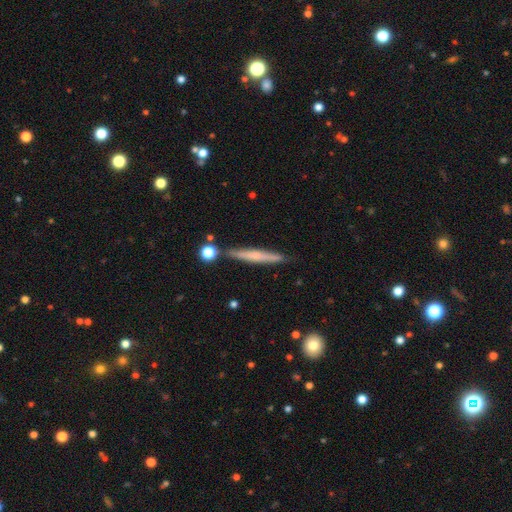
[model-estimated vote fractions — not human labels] smooth 48%, featured or disk 45%, star or artifact 7%. Down the decision tree: merging — none (84%).